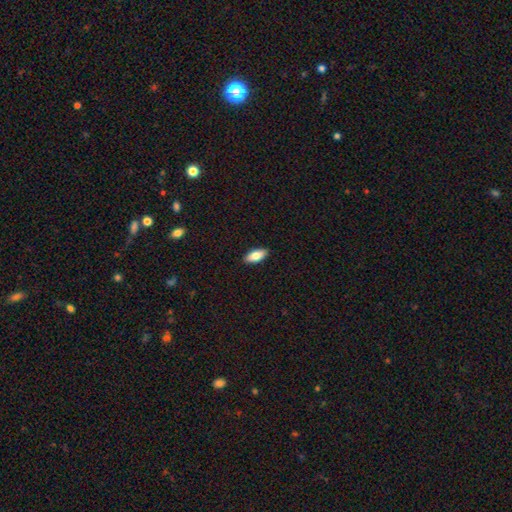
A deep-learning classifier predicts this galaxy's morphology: smooth_or_featured: smooth (p=0.78) [alt: featured or disk p=0.15]
how_rounded: in between (p=0.85) [alt: cigar-shaped p=0.12]
merging: none (p=0.90) [alt: minor disturbance p=0.07]